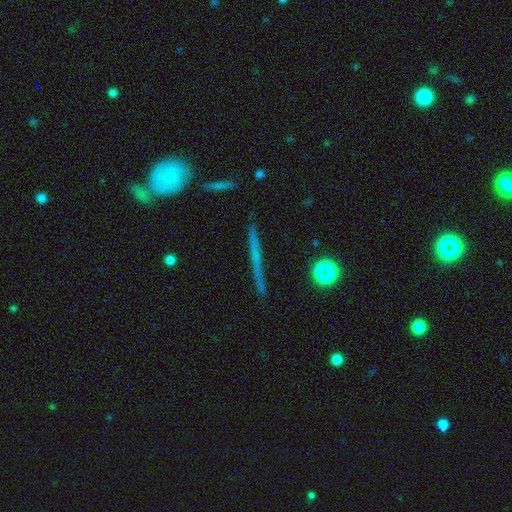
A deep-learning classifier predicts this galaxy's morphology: A featured or disk galaxy (62%) viewed edge-on (95%) with no central bulge (78%).

Vote fractions:
- Smooth or featured? featured or disk: 62% / smooth: 26% / star or artifact: 12%
- Edge-on disk? yes: 95% / no: 5%
- Edge-on bulge? none: 78% / rounded: 16% / boxy: 6%
- Merging? none: 88% / minor disturbance: 8% / merger: 2% / major disturbance: 2%